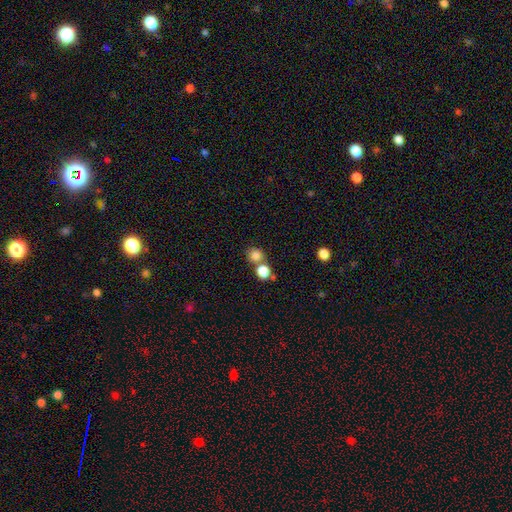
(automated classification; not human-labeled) This appears to be a smooth galaxy with no disk features (81%) that is round (87%). Merging: none (61%).